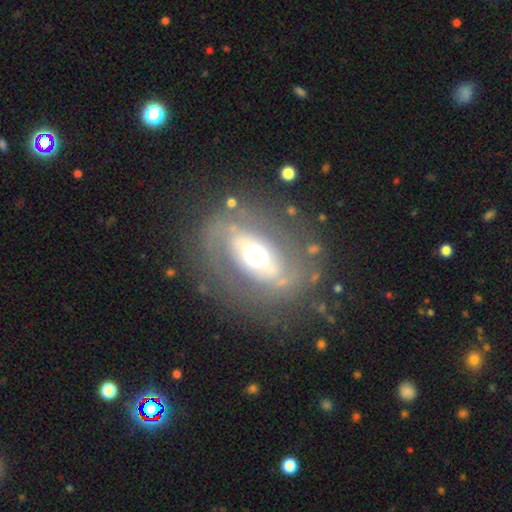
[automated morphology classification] Smooth or featured?
  - featured or disk: 64% *
  - smooth: 26%
  - star or artifact: 10%
Edge-on disk?
  - no: 91% *
  - yes: 9%
Bar?
  - no: 47% *
  - strong: 29%
  - weak: 24%
Spiral arms?
  - no: 56% *
  - yes: 44%
Bulge size?
  - moderate: 48% *
  - large: 34%
  - dominant: 11%
  - small: 6%
  - none: 1%
Merging?
  - none: 76% *
  - minor disturbance: 12%
  - major disturbance: 10%
  - merger: 2%